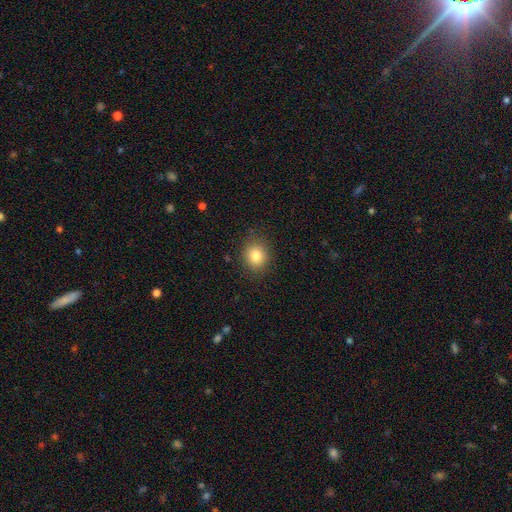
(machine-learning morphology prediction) smooth_or_featured: smooth (p=0.82) [alt: star or artifact p=0.11]
how_rounded: round (p=0.78) [alt: in between p=0.21]
merging: none (p=0.87) [alt: minor disturbance p=0.09]